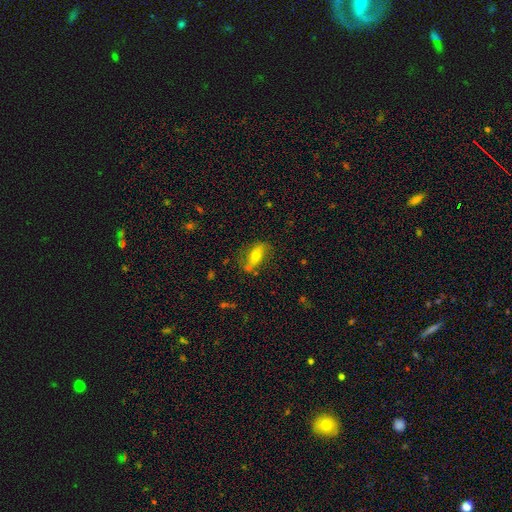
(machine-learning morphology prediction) This is possibly a smooth galaxy (50%). Merging: likely none (67%).